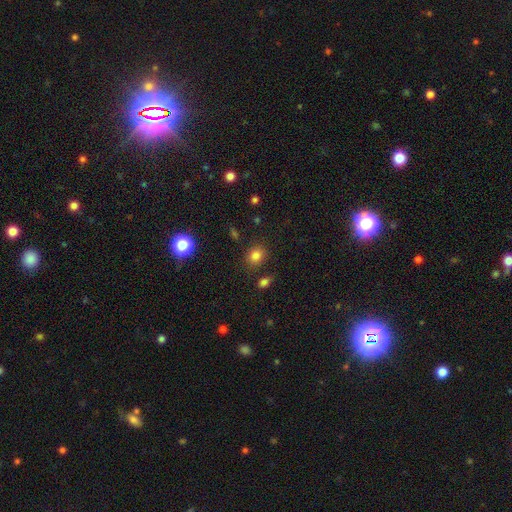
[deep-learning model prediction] Q: Smooth or featured?
A: smooth (81%); runner-up: star or artifact (13%)
Q: How rounded?
A: round (62%); runner-up: in between (37%)
Q: Merging?
A: none (81%); runner-up: minor disturbance (11%)